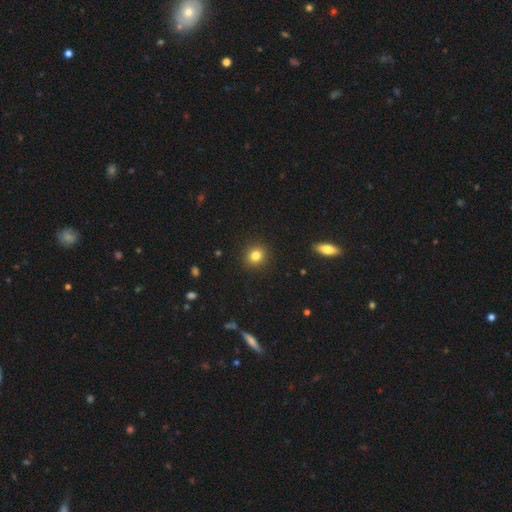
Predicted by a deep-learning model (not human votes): Smooth or featured? smooth (83%)
How rounded? round (83%)
Merging? none (92%)